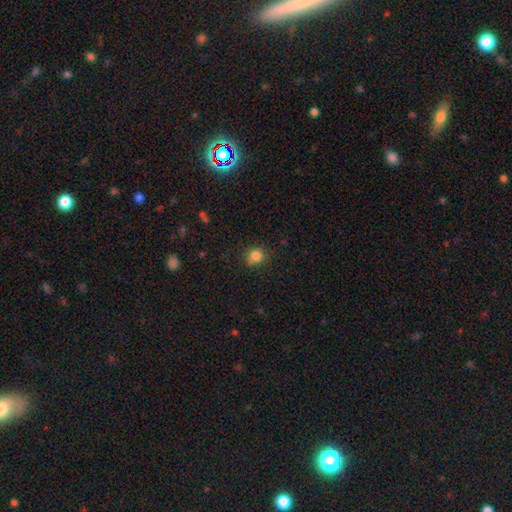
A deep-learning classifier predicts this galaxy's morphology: Smooth or featured? Predicted: smooth (p=0.83). How rounded? Predicted: round (p=0.84). Merging? Predicted: none (p=0.76).